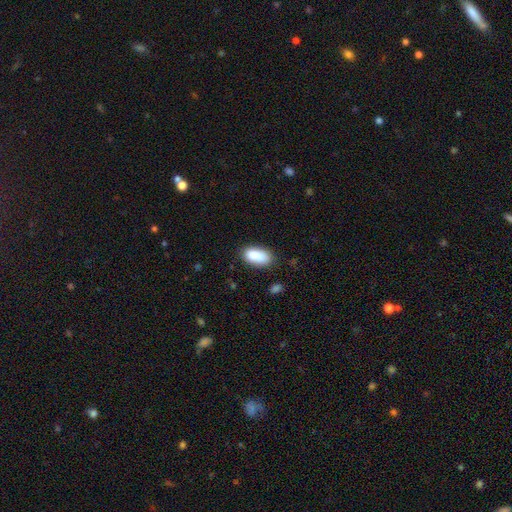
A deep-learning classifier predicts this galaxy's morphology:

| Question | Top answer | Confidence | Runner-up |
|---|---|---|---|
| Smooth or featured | smooth | 87% | star or artifact (7%) |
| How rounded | in between | 91% | cigar-shaped (6%) |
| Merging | none | 78% | minor disturbance (16%) |